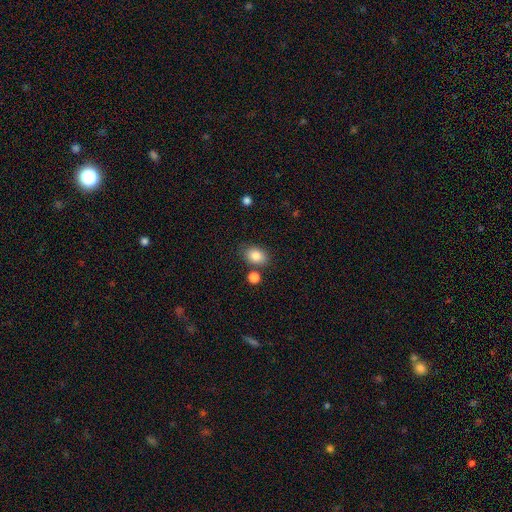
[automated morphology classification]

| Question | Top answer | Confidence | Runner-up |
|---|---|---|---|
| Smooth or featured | smooth | 84% | star or artifact (9%) |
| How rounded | in between | 77% | round (22%) |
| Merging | none | 75% | minor disturbance (13%) |